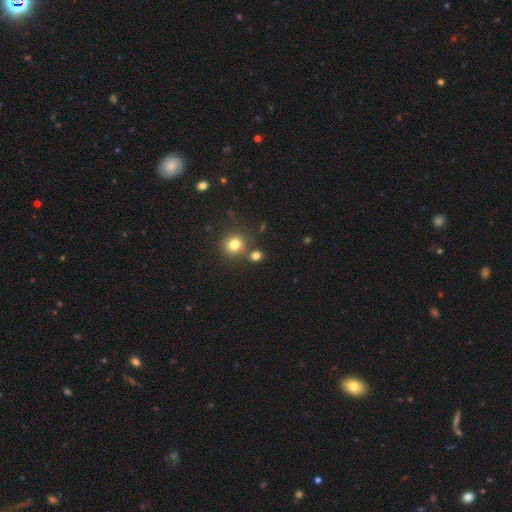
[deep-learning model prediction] Smooth or featured? smooth (76%)
How rounded? round (71%)
Merging? none (70%)